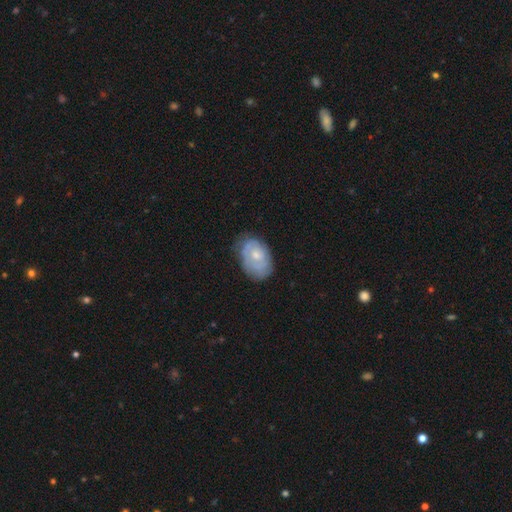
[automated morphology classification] Overall: featured or disk (50%; smooth 43%). Edge-on disk: no (96%). Merging: none (66%).